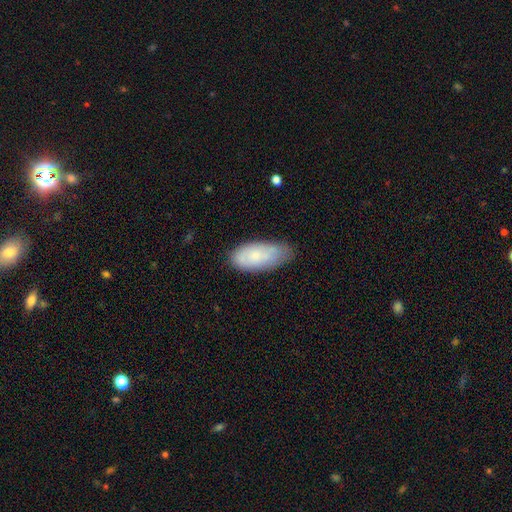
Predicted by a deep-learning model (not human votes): This is likely a smooth galaxy (74%). How rounded: clearly in between (90%). Merging: likely none (61%).